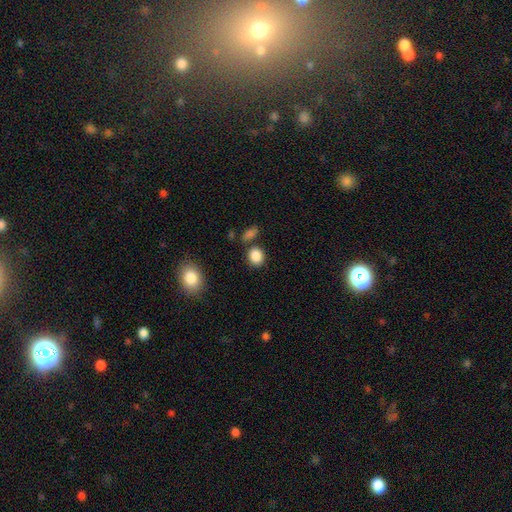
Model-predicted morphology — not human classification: This is clearly a smooth galaxy (87%). How rounded: likely round (66%). Merging: likely none (76%).